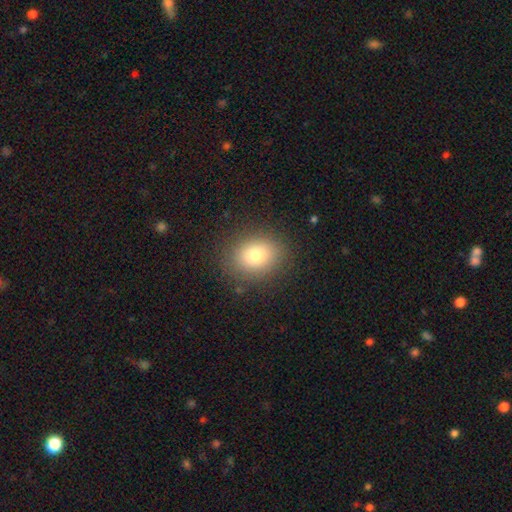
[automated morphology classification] This appears to be a smooth galaxy with no disk features (79%) that is in between round and cigar-shaped (50%). Merging: none (87%).